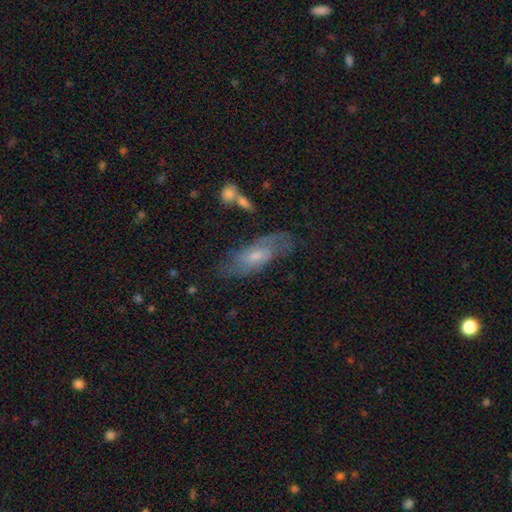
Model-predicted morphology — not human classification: Q: Smooth or featured?
A: featured or disk (59%); runner-up: smooth (33%)
Q: Edge-on disk?
A: no (84%); runner-up: yes (16%)
Q: Merging?
A: none (65%); runner-up: minor disturbance (21%)